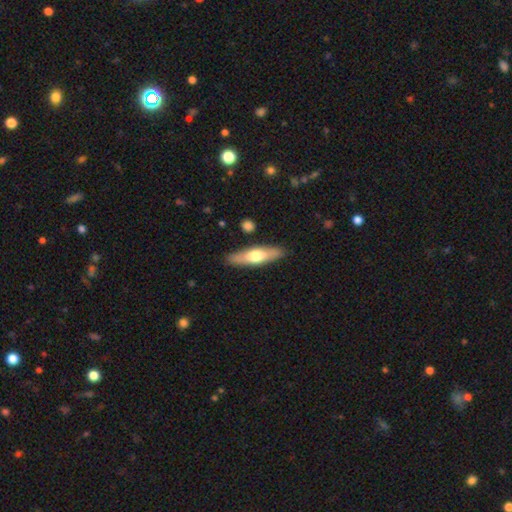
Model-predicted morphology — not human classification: Smooth or featured?
  - smooth: 53% *
  - featured or disk: 41%
  - star or artifact: 5%
How rounded?
  - cigar-shaped: 68% *
  - in between: 30%
  - round: 2%
Merging?
  - none: 87% *
  - minor disturbance: 9%
  - merger: 2%
  - major disturbance: 2%